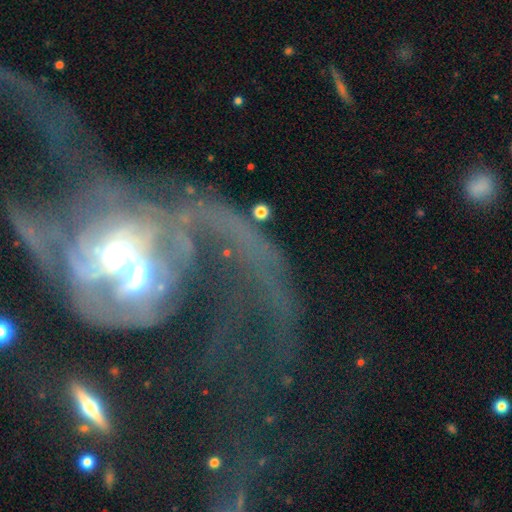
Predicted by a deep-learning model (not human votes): Overall: featured or disk (64%). Edge-on disk: no (93%). Bar: no (60%; weak 24%). Spiral arms: yes (57%; no 43%). Bulge size: moderate (58%; large 20%). Merging: major disturbance (45%; merger 31%).